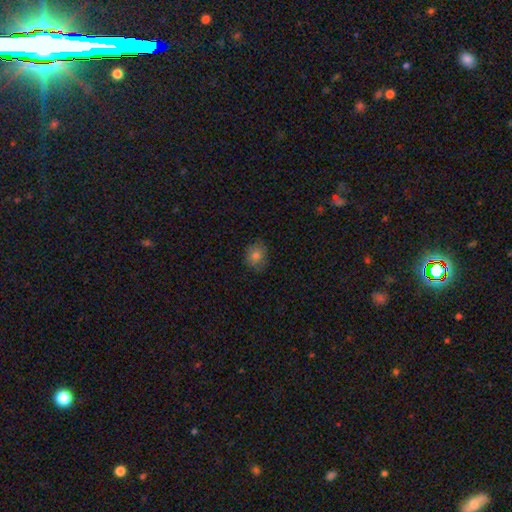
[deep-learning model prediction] smooth 78%, star or artifact 12%, featured or disk 10%. Down the decision tree: how rounded — round (61%); merging — none (81%).